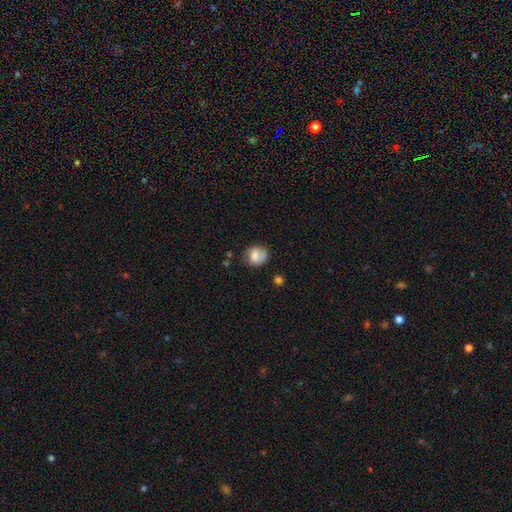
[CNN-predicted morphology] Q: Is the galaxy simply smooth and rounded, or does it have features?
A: smooth — 69%.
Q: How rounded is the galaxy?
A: round — 69%.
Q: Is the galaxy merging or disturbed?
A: none — 61%.